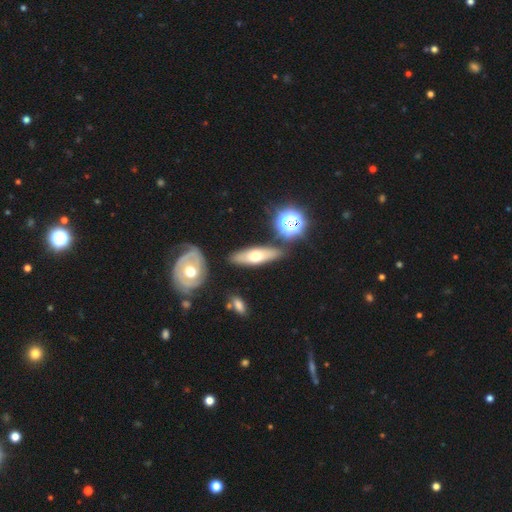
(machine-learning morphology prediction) A smooth galaxy with no disk features (51%) that is cigar-shaped (52%).

Vote fractions:
- Smooth or featured? smooth: 51% / featured or disk: 40% / star or artifact: 10%
- How rounded? cigar-shaped: 52% / in between: 44% / round: 5%
- Merging? none: 82% / minor disturbance: 10% / merger: 5% / major disturbance: 3%